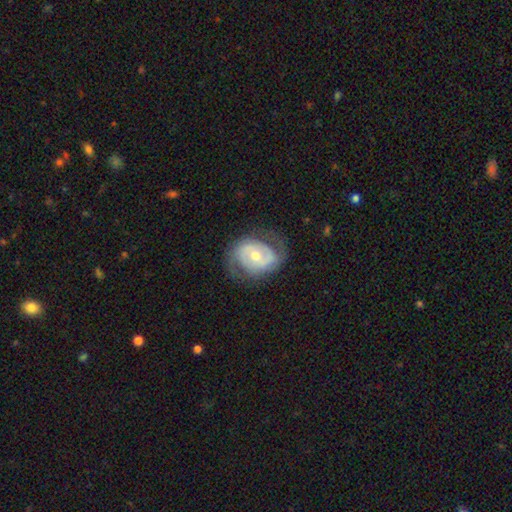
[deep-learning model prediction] Q: Smooth or featured?
A: featured or disk (77%); runner-up: smooth (18%)
Q: Edge-on disk?
A: no (96%); runner-up: yes (4%)
Q: Bar?
A: no (51%); runner-up: weak (35%)
Q: Spiral arms?
A: yes (80%); runner-up: no (20%)
Q: Spiral winding?
A: tight (43%); runner-up: medium (39%)
Q: Spiral arm count?
A: 2 (74%); runner-up: can't tell (16%)
Q: Bulge size?
A: moderate (61%); runner-up: small (35%)
Q: Merging?
A: none (67%); runner-up: minor disturbance (19%)